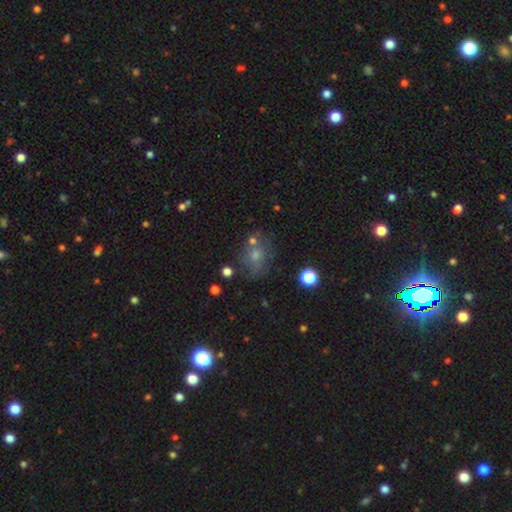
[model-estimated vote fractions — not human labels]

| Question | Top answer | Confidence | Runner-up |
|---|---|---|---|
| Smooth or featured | smooth | 53% | featured or disk (24%) |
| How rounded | round | 59% | in between (39%) |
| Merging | none | 59% | minor disturbance (19%) |